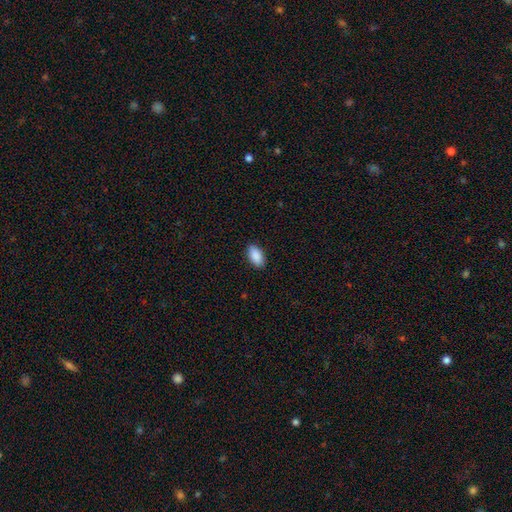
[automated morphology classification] smooth_or_featured: smooth (p=0.90) [alt: star or artifact p=0.06]
how_rounded: in between (p=0.93) [alt: cigar-shaped p=0.03]
merging: none (p=0.89) [alt: minor disturbance p=0.08]